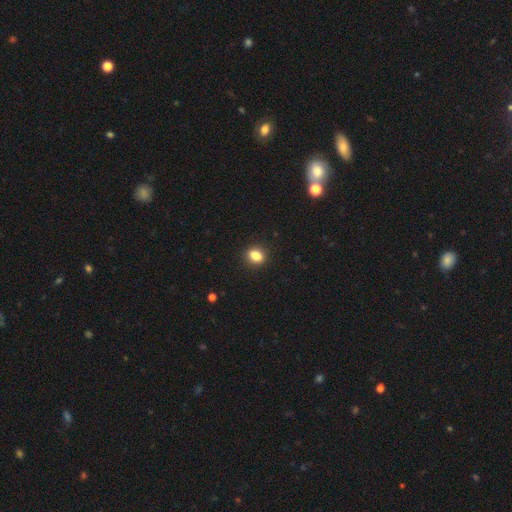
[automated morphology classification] A smooth galaxy with no disk features (83%) that is in between round and cigar-shaped (55%).

Vote fractions:
- Smooth or featured? smooth: 83% / star or artifact: 10% / featured or disk: 7%
- How rounded? in between: 55% / round: 43% / cigar-shaped: 2%
- Merging? none: 91% / minor disturbance: 7% / major disturbance: 2% / merger: 1%